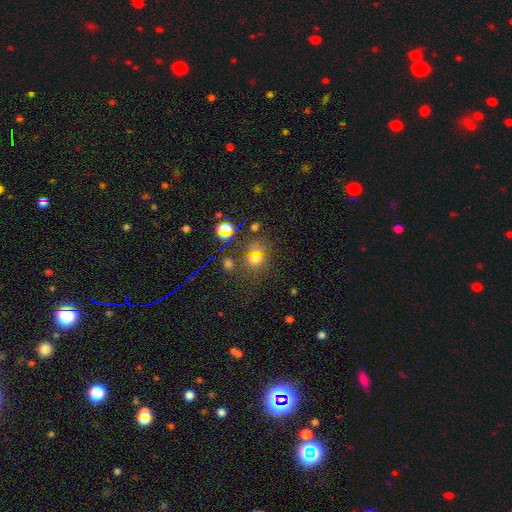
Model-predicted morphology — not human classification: Smooth or featured?
  - smooth: 52% *
  - star or artifact: 38%
  - featured or disk: 10%
How rounded?
  - round: 66% *
  - in between: 32%
  - cigar-shaped: 2%
Merging?
  - none: 65% *
  - merger: 14%
  - minor disturbance: 13%
  - major disturbance: 8%